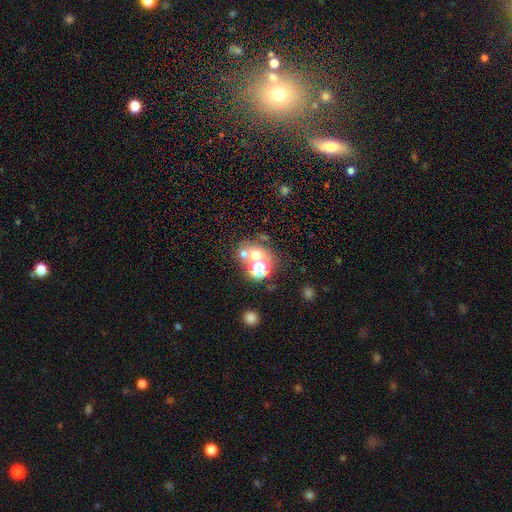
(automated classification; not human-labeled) Smooth or featured? Predicted: smooth (p=0.52). How rounded? Predicted: round (p=0.77). Merging? Predicted: none (p=0.50).